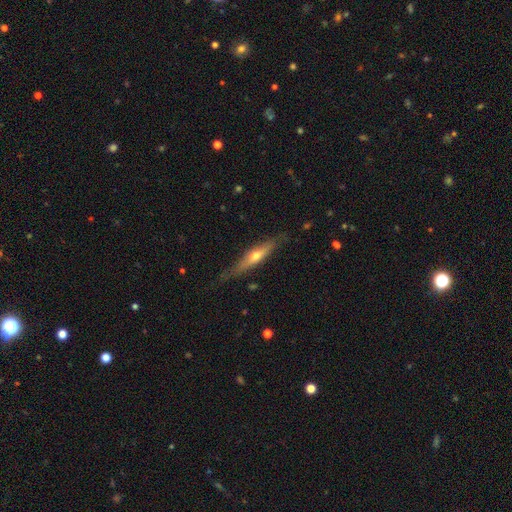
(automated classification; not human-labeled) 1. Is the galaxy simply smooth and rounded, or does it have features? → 60% featured or disk, 34% smooth, 6% star or artifact.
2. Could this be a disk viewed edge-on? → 89% yes, 11% no.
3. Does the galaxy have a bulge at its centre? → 87% rounded, 10% none, 3% boxy.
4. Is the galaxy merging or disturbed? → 74% none, 20% minor disturbance, 5% major disturbance, 2% merger.